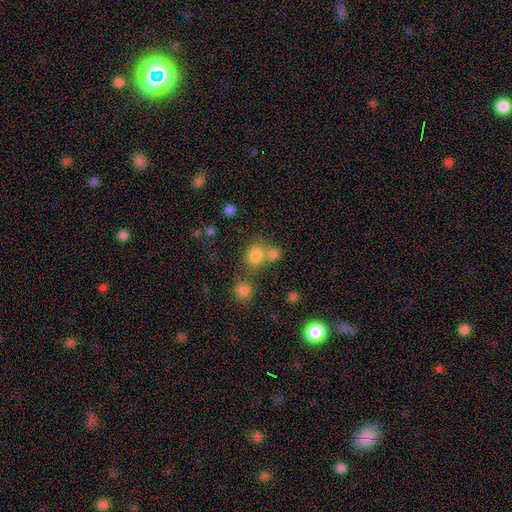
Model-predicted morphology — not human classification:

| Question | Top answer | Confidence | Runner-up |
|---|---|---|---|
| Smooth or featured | smooth | 78% | star or artifact (14%) |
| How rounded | round | 77% | in between (22%) |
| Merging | none | 53% | merger (34%) |